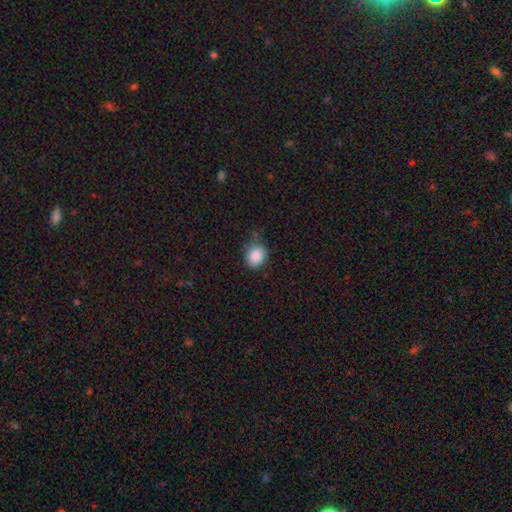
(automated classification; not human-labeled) smooth 87%, star or artifact 9%, featured or disk 4%. Down the decision tree: how rounded — round (53%); merging — none (67%).